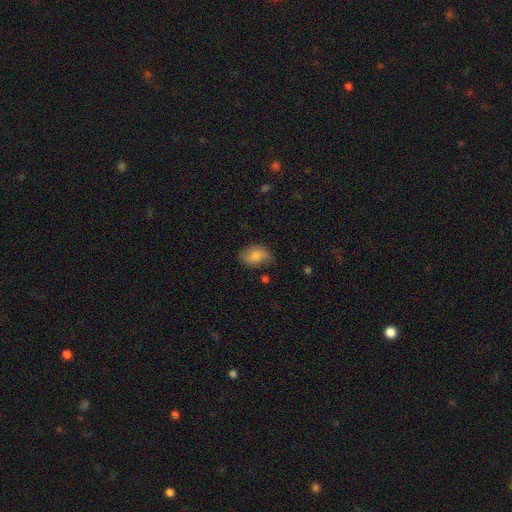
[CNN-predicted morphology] Q: Smooth or featured?
A: smooth (79%); runner-up: featured or disk (13%)
Q: How rounded?
A: in between (84%); runner-up: round (14%)
Q: Merging?
A: none (65%); runner-up: minor disturbance (26%)